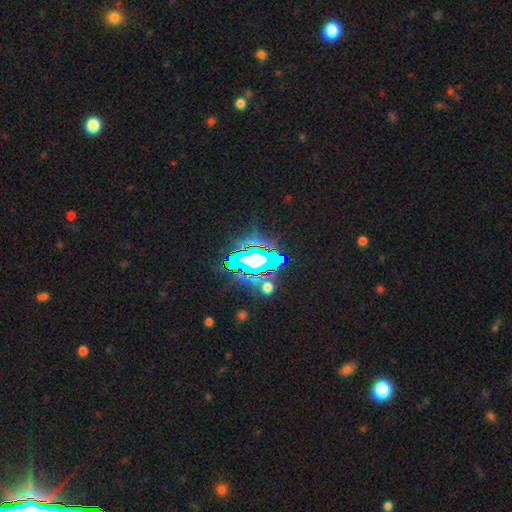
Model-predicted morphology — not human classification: This appears to be a star or artifact, not a galaxy (66%).